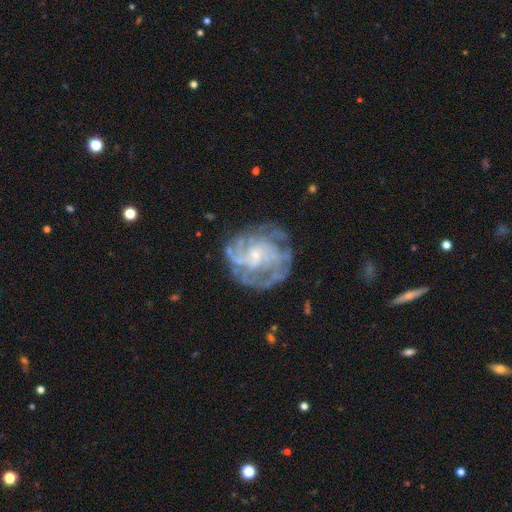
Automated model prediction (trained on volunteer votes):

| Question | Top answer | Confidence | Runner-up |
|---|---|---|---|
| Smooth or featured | featured or disk | 83% | smooth (9%) |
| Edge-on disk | no | 98% | yes (2%) |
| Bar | no | 74% | weak (22%) |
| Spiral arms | yes | 89% | no (11%) |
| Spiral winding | tight | 58% | medium (32%) |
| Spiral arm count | can't tell | 38% | 4 (18%) |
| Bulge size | small | 79% | moderate (14%) |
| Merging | none | 69% | minor disturbance (18%) |